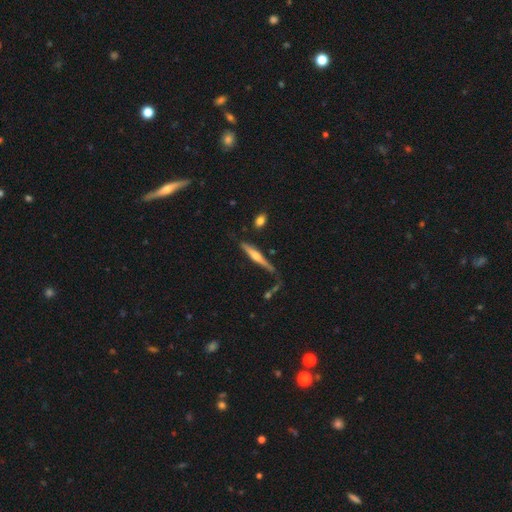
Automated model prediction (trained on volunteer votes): This appears to be a featured or disk galaxy (62%) viewed edge-on (96%) with a rounded central bulge (81%). Merging: none (68%).